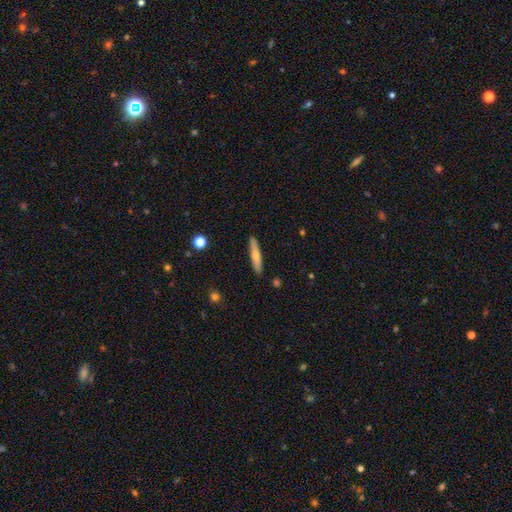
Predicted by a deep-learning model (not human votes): This appears to be a smooth galaxy with no disk features (64%) that is cigar-shaped (90%). Merging: none (89%).